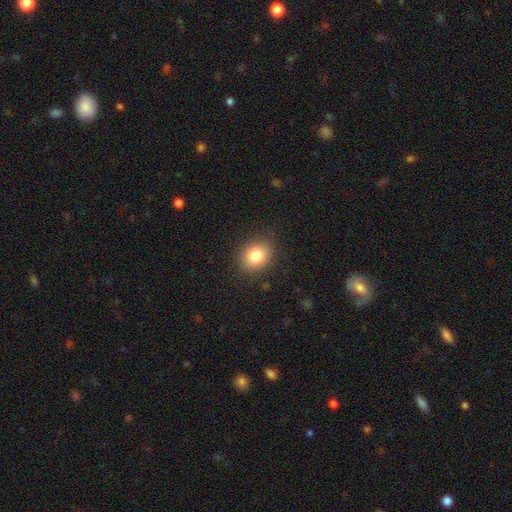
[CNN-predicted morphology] A smooth galaxy with no disk features (82%) that is round (55%). Merging: none (85%).